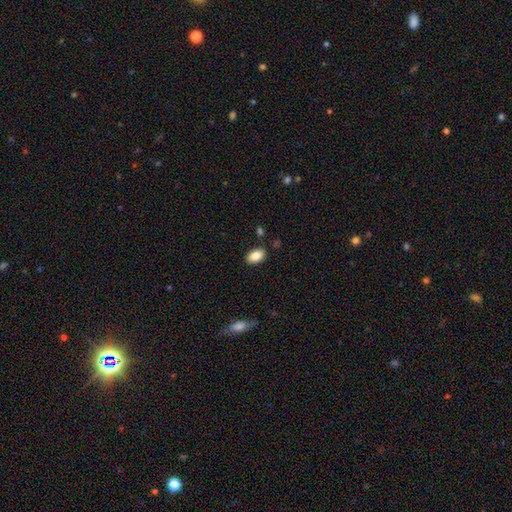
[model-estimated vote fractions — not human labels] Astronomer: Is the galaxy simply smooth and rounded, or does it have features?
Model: smooth — 85%.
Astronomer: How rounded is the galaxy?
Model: in between — 92%.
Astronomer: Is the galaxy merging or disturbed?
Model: none — 86%.